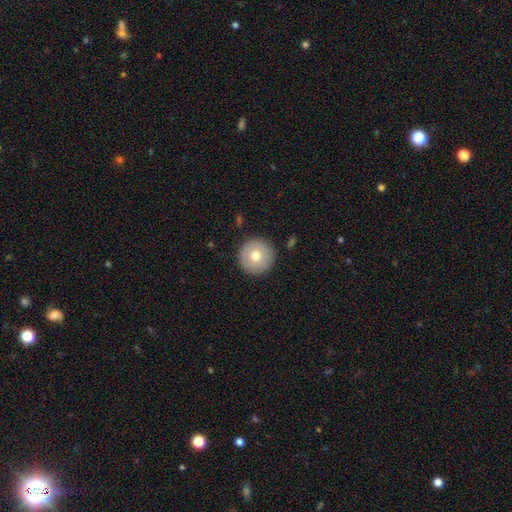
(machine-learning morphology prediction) This appears to be a smooth galaxy with no disk features (72%) that is round (97%). Merging: none (91%).